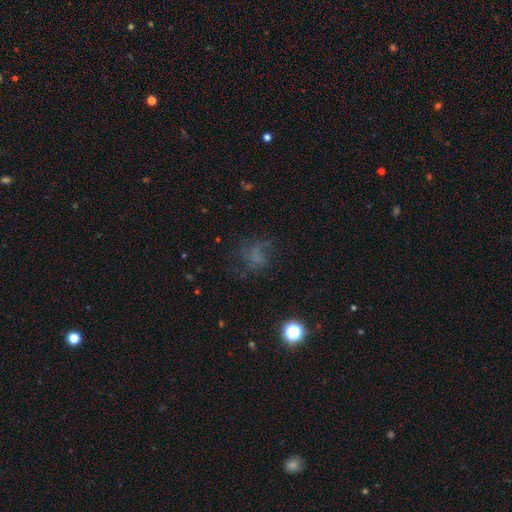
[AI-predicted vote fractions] A smooth galaxy with no disk features (41%). Merging: none (49%).